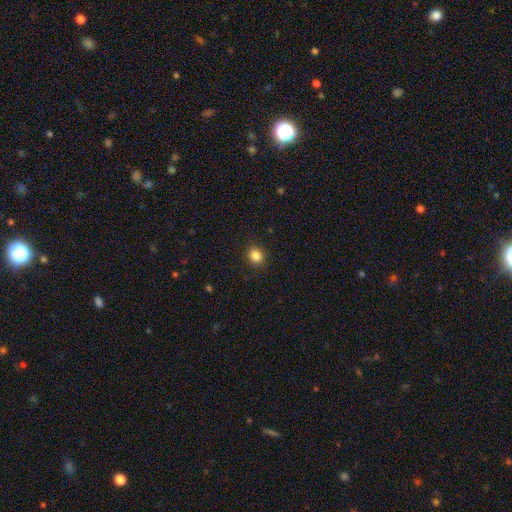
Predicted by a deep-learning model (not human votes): A smooth galaxy with no disk features (85%) that is round (75%).

Vote fractions:
- Smooth or featured? smooth: 85% / star or artifact: 11% / featured or disk: 4%
- How rounded? round: 75% / in between: 24% / cigar-shaped: 1%
- Merging? none: 90% / minor disturbance: 7% / major disturbance: 2% / merger: 1%